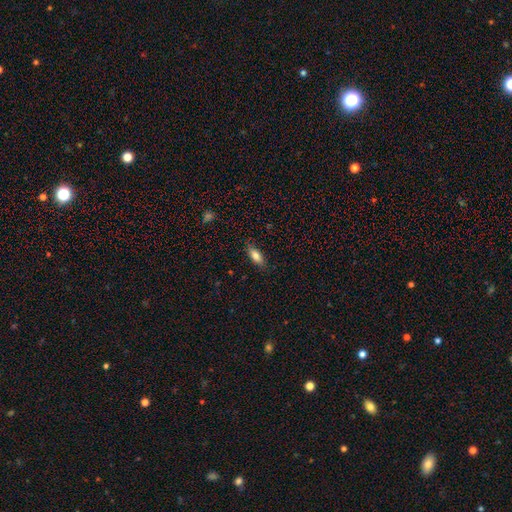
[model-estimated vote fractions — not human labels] Q: Smooth or featured?
A: smooth (81%); runner-up: featured or disk (12%)
Q: How rounded?
A: in between (78%); runner-up: cigar-shaped (19%)
Q: Merging?
A: none (84%); runner-up: minor disturbance (12%)